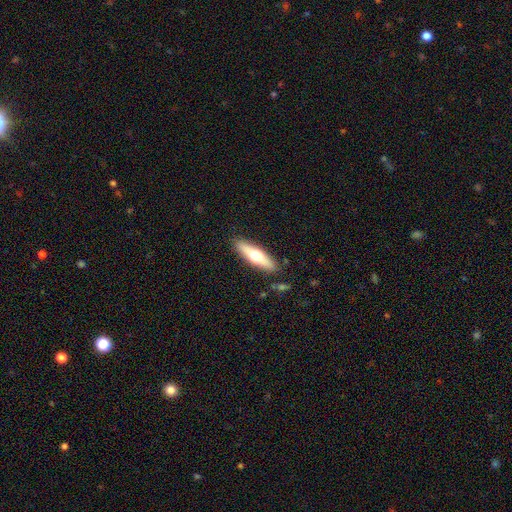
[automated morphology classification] A smooth galaxy with no disk features (48%).

Vote fractions:
- Smooth or featured? smooth: 48% / featured or disk: 46% / star or artifact: 6%
- Merging? none: 87% / minor disturbance: 9% / major disturbance: 2% / merger: 2%